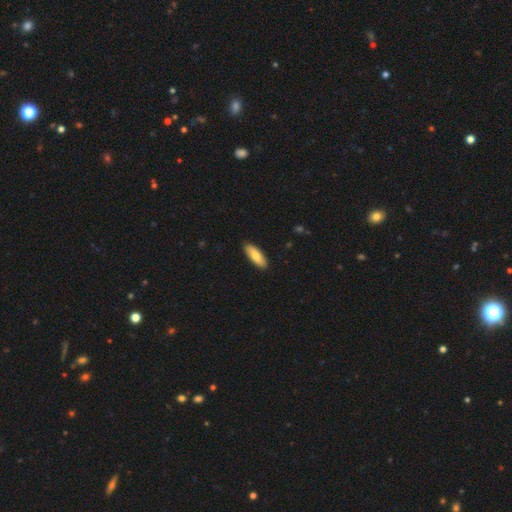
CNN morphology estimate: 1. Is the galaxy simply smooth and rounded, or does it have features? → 79% smooth, 16% featured or disk, 5% star or artifact.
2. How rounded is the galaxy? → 65% in between, 34% cigar-shaped, 2% round.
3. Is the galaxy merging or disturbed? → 90% none, 8% minor disturbance, 1% major disturbance, 1% merger.